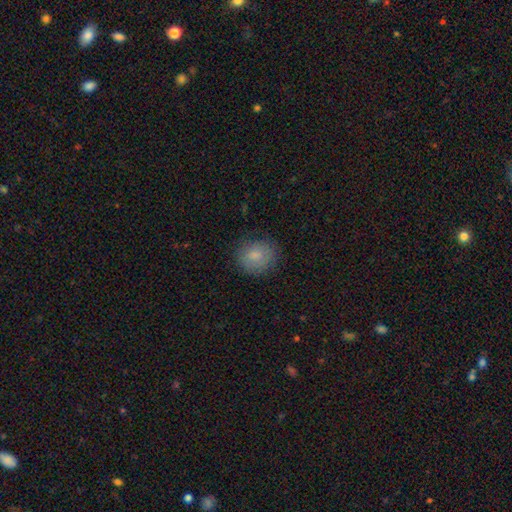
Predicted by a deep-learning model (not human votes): smooth 83%, featured or disk 9%, star or artifact 8%. Down the decision tree: how rounded — round (75%); merging — none (81%).